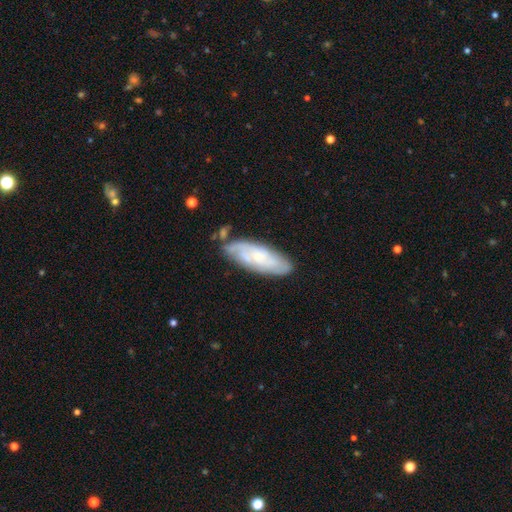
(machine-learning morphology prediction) Smooth or featured: featured or disk — 60% (smooth — 31%)
Edge-on disk: no — 81% (yes — 19%)
Merging: none — 75% (minor disturbance — 18%)